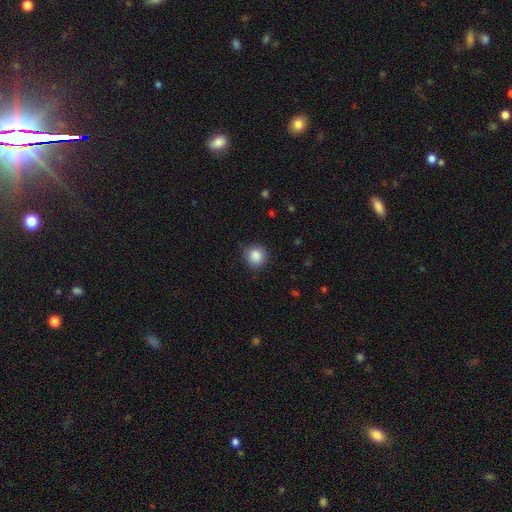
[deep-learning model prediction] Smooth or featured? smooth (87%)
How rounded? round (91%)
Merging? none (84%)